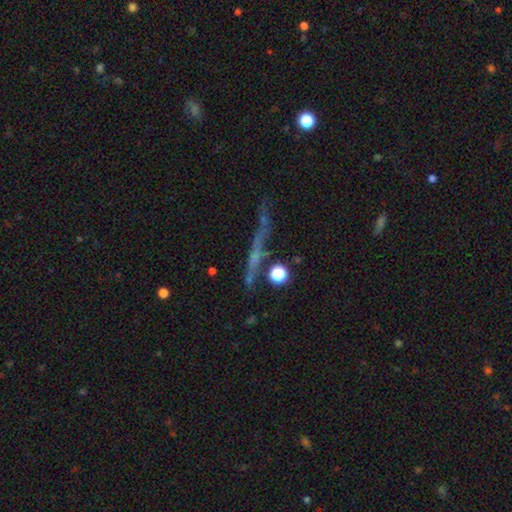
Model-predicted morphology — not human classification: featured or disk 44%, smooth 31%, star or artifact 25%. Down the decision tree: merging — none (72%).